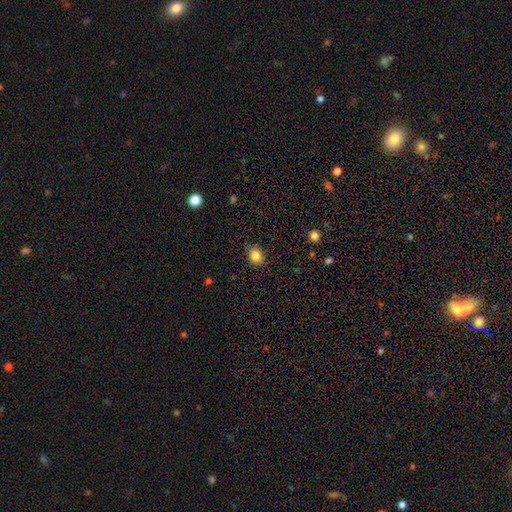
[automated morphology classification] Smooth or featured: smooth — 85% (star or artifact — 11%)
How rounded: round — 63% (in between — 36%)
Merging: none — 87% (minor disturbance — 9%)